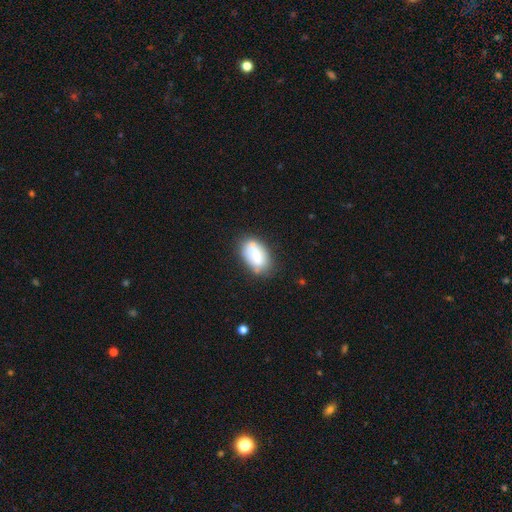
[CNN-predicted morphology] smooth 72%, featured or disk 20%, star or artifact 8%. Down the decision tree: how rounded — in between (92%); merging — none (55%).